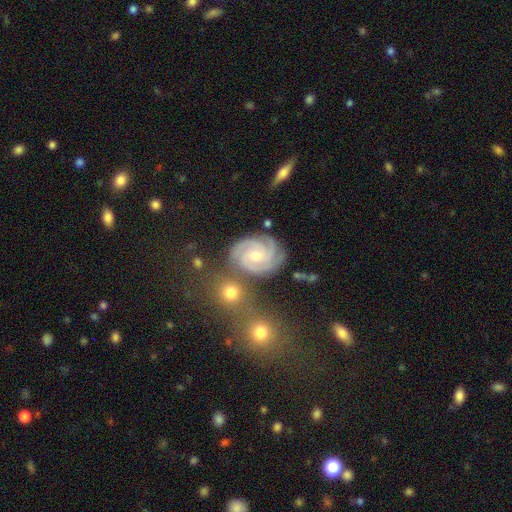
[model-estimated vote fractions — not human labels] A featured or disk galaxy (86%) with no bar (66%), 3 (43%) tight (69%) spiral arms (98%) and a moderate central bulge (50%). Merging: none (70%).